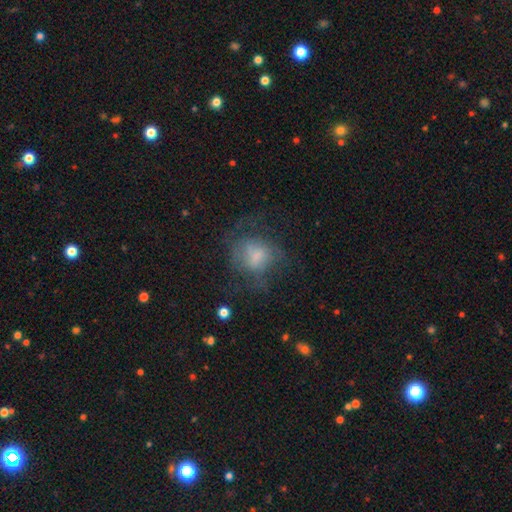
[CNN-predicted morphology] Smooth or featured? Predicted: smooth (p=0.49). Merging? Predicted: none (p=0.43).